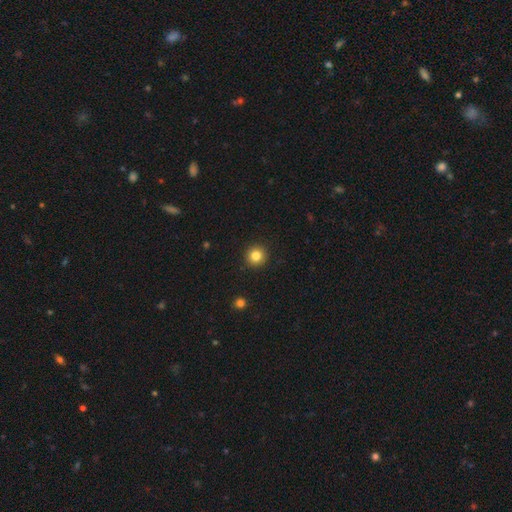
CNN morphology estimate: Smooth or featured: smooth — 83% (star or artifact — 11%)
How rounded: round — 95% (in between — 4%)
Merging: none — 93% (minor disturbance — 4%)